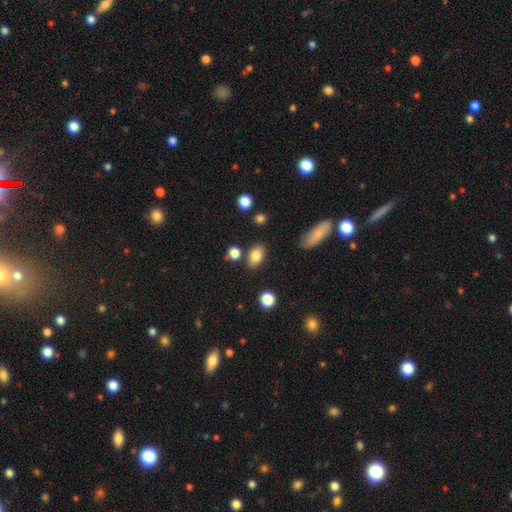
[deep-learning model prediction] Smooth or featured: smooth — 82% (star or artifact — 9%)
How rounded: in between — 84% (round — 14%)
Merging: none — 79% (minor disturbance — 12%)